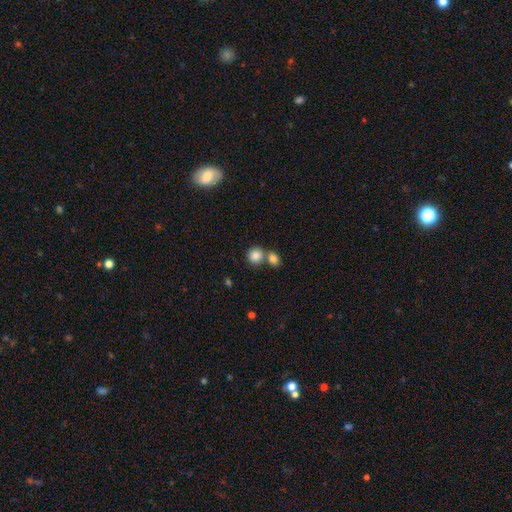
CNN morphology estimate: This is clearly a smooth galaxy (84%). How rounded: clearly round (85%). Merging: possibly none (53%).